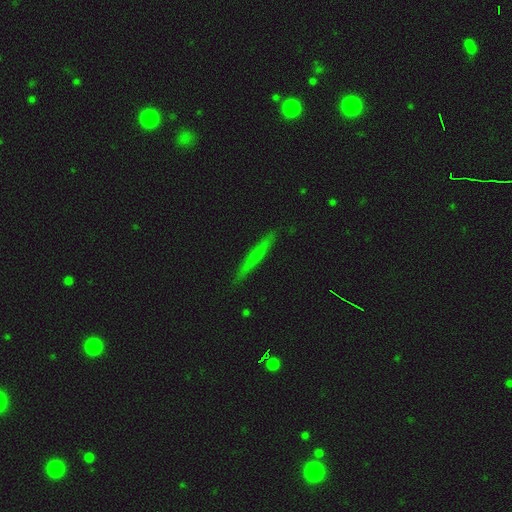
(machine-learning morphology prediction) Smooth or featured: smooth — 53% (featured or disk — 39%)
How rounded: cigar-shaped — 95% (in between — 3%)
Merging: none — 89% (minor disturbance — 8%)